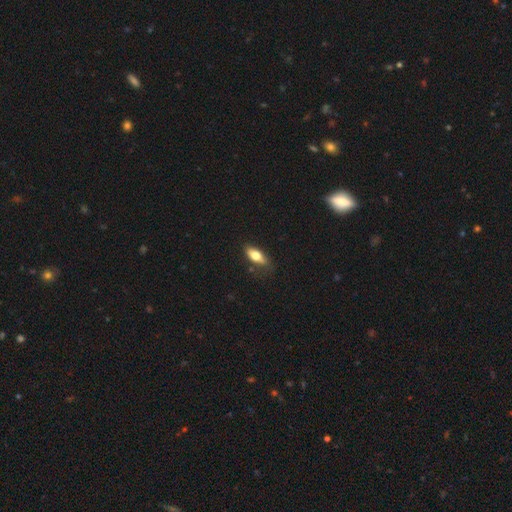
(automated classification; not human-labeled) Smooth or featured?
  - smooth: 74% *
  - featured or disk: 19%
  - star or artifact: 7%
How rounded?
  - in between: 81% *
  - cigar-shaped: 15%
  - round: 4%
Merging?
  - none: 65% *
  - minor disturbance: 26%
  - major disturbance: 7%
  - merger: 2%